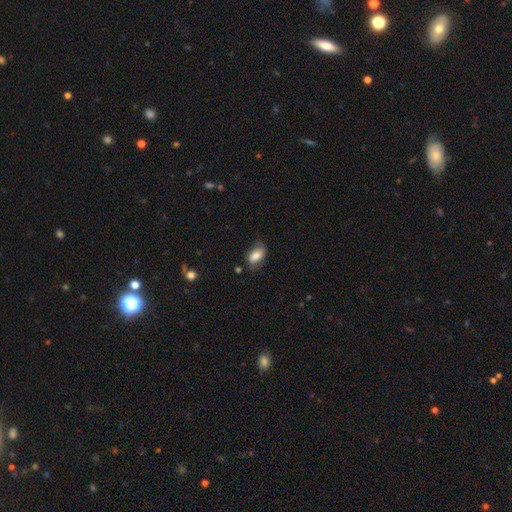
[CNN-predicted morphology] This is clearly a smooth galaxy (81%). How rounded: clearly in between (90%). Merging: likely none (63%).